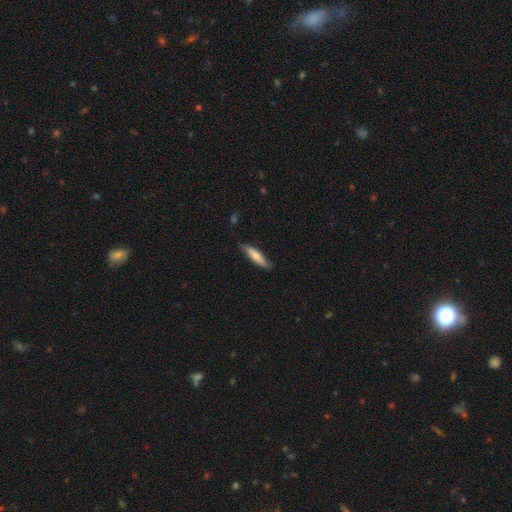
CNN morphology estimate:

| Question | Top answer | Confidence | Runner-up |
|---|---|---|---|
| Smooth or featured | smooth | 71% | featured or disk (23%) |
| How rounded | cigar-shaped | 80% | in between (19%) |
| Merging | none | 79% | minor disturbance (17%) |